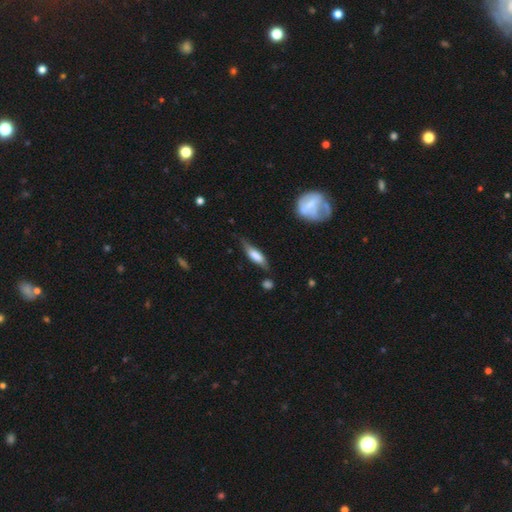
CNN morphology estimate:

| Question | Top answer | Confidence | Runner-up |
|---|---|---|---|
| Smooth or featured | smooth | 59% | featured or disk (34%) |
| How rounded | cigar-shaped | 56% | in between (42%) |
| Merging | none | 63% | minor disturbance (26%) |